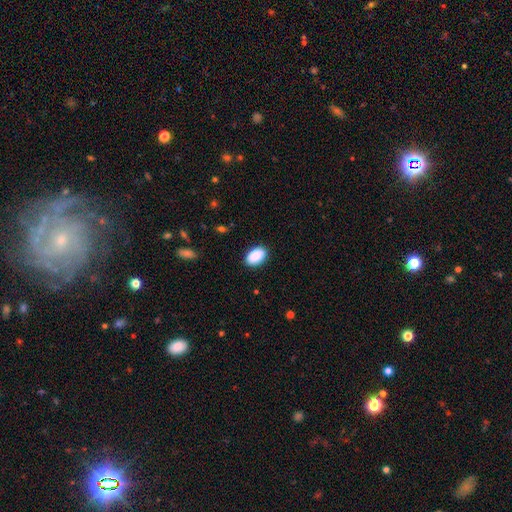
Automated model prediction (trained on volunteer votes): Smooth or featured?
  - smooth: 91% *
  - star or artifact: 6%
  - featured or disk: 3%
How rounded?
  - in between: 92% *
  - round: 7%
  - cigar-shaped: 1%
Merging?
  - none: 88% *
  - minor disturbance: 9%
  - major disturbance: 2%
  - merger: 1%